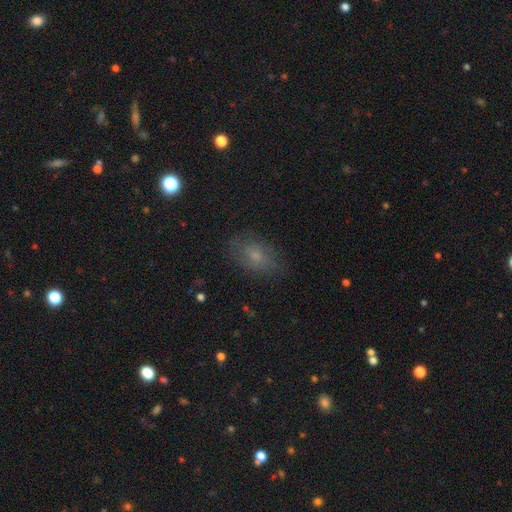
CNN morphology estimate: type=smooth (59%); roundness=in between (81%); merging=none (76%).